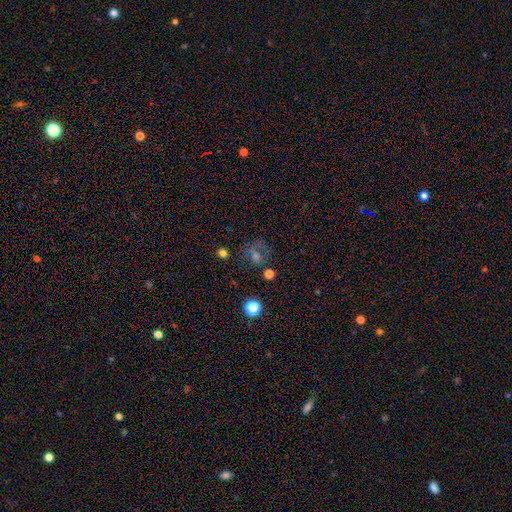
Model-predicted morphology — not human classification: Q: Smooth or featured?
A: star or artifact (40%); runner-up: smooth (35%)